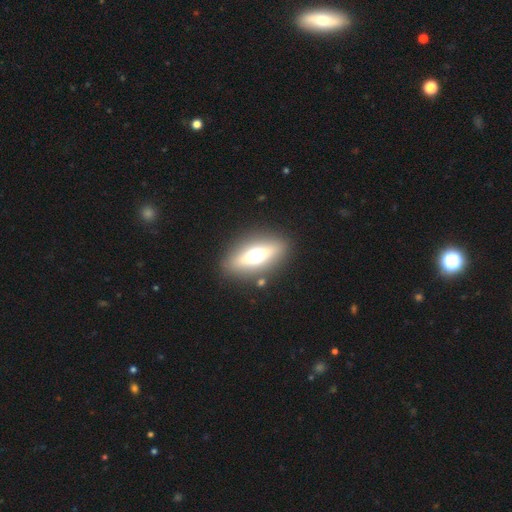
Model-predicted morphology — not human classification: smooth_or_featured: featured or disk (p=0.47) [alt: smooth p=0.42]
merging: none (p=0.87) [alt: minor disturbance p=0.07]